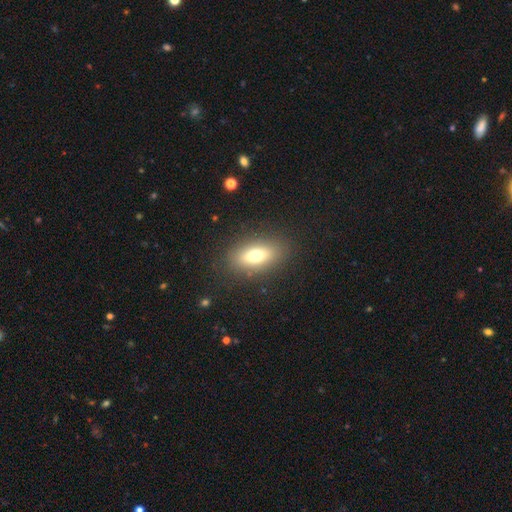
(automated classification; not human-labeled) Overall: smooth (70%). How rounded: in between (81%). Merging: none (85%).